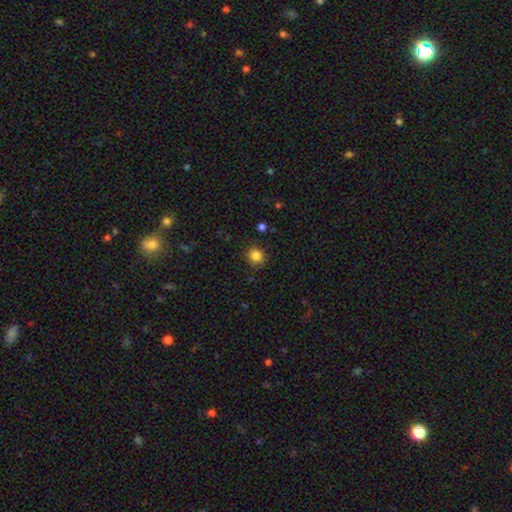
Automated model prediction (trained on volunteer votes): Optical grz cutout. It shows a smooth galaxy with no disk features (85%) that is round (85%). Merging: none (89%).